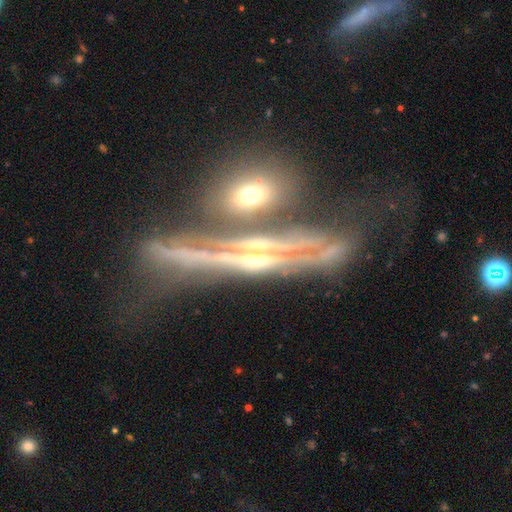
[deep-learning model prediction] Smooth or featured?
  - featured or disk: 72% *
  - star or artifact: 15%
  - smooth: 13%
Edge-on disk?
  - yes: 84% *
  - no: 16%
Edge-on bulge?
  - rounded: 77% *
  - none: 12%
  - boxy: 11%
Merging?
  - none: 60% *
  - merger: 16%
  - minor disturbance: 15%
  - major disturbance: 9%